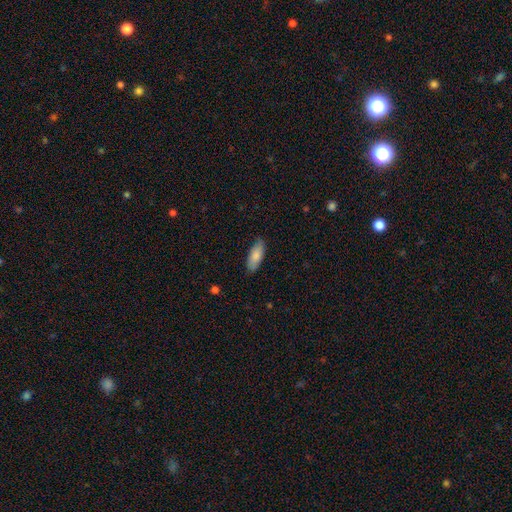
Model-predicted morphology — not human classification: The model was most divided on "how rounded": in between: 75%, cigar-shaped: 23%, round: 2%. More confident: merging — none (86%); smooth or featured — smooth (83%).